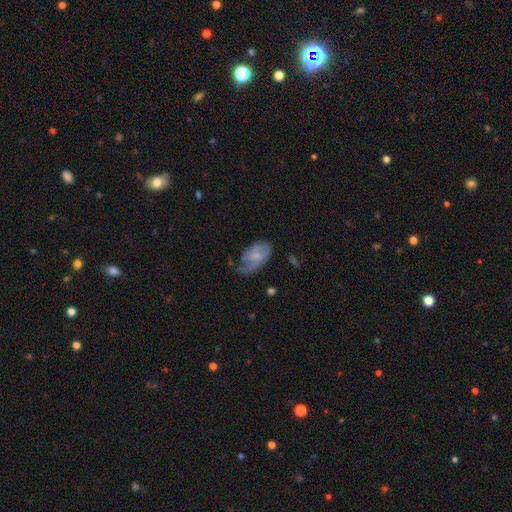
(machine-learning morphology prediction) This is possibly a featured or disk galaxy (47%). Merging: marginally none (37%).